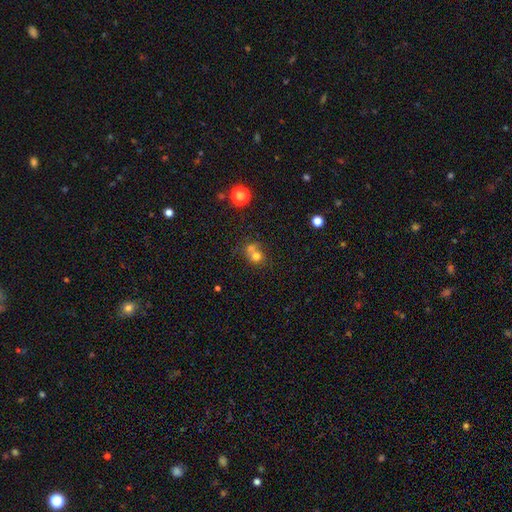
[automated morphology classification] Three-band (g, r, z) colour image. It shows a smooth galaxy with no disk features (69%) that is round (75%). Merging: merger (53%).